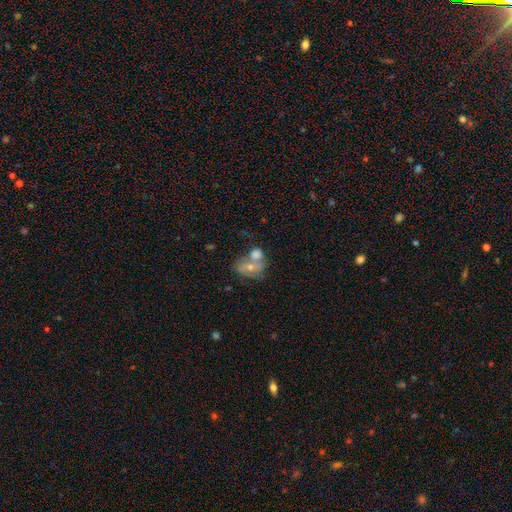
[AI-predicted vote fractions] The model was most divided on "how rounded": in between: 56%, round: 42%, cigar-shaped: 2%. More confident: merging — merger (53%); smooth or featured — smooth (52%).